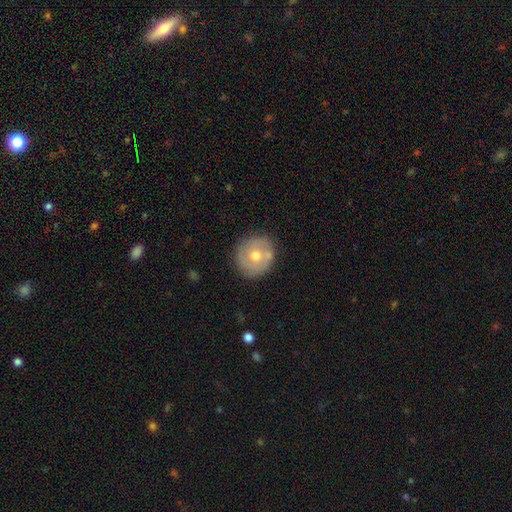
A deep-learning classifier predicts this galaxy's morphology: This appears to be a featured or disk galaxy (49%). Merging: none (77%).